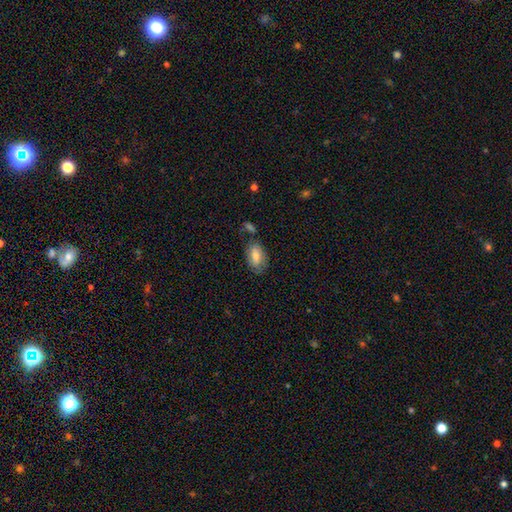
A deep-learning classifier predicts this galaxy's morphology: A smooth galaxy with no disk features (69%) that is in between round and cigar-shaped (90%). Merging: none (62%).